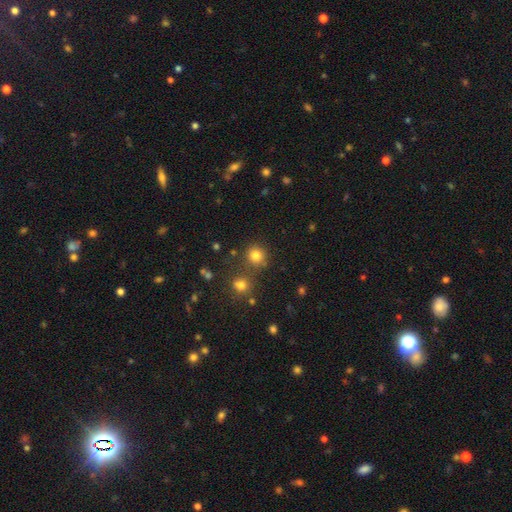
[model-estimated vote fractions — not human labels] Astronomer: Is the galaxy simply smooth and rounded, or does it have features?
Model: smooth — 79%.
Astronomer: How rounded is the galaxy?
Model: round — 91%.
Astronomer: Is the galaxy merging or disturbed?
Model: none — 77%.